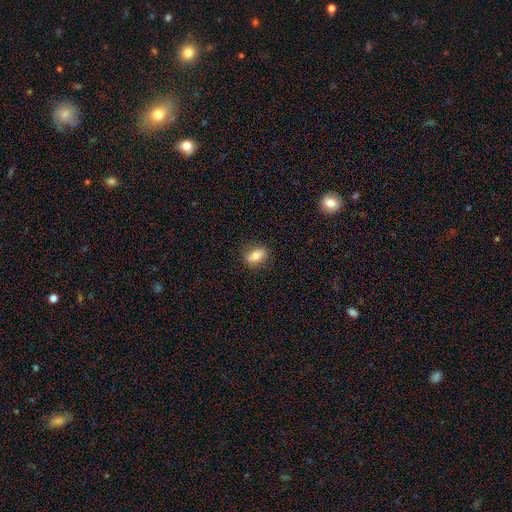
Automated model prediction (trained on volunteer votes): Smooth or featured? Predicted: smooth (p=0.76). How rounded? Predicted: in between (p=0.82). Merging? Predicted: none (p=0.84).